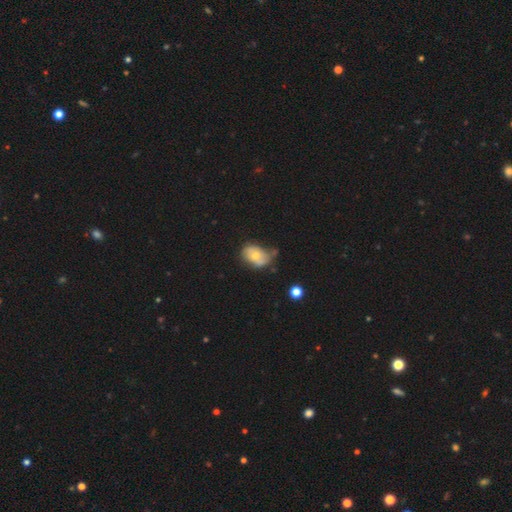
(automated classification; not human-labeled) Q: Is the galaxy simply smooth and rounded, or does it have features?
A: smooth — 56%.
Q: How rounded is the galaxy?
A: in between — 80%.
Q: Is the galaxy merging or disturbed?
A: none — 42%.